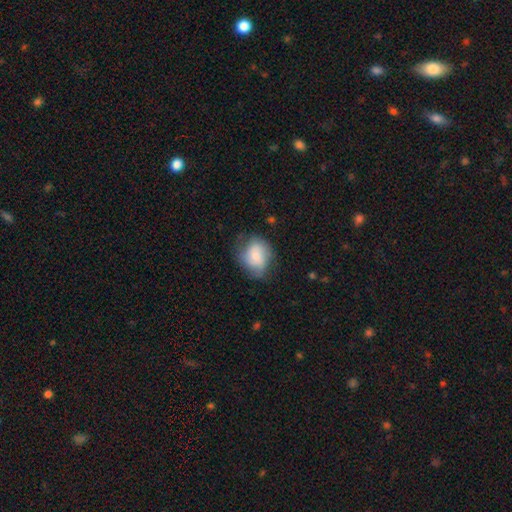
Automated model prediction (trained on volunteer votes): This appears to be a smooth galaxy with no disk features (66%) that is round (55%). Merging: none (59%).